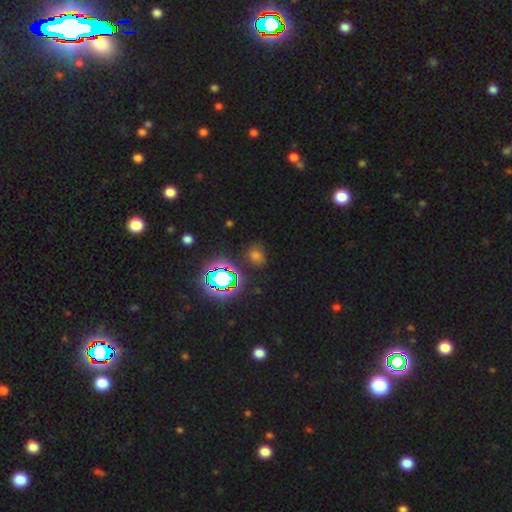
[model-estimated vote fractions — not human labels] Q: Smooth or featured?
A: smooth (51%); runner-up: star or artifact (41%)
Q: How rounded?
A: round (54%); runner-up: in between (45%)
Q: Merging?
A: none (77%); runner-up: minor disturbance (14%)